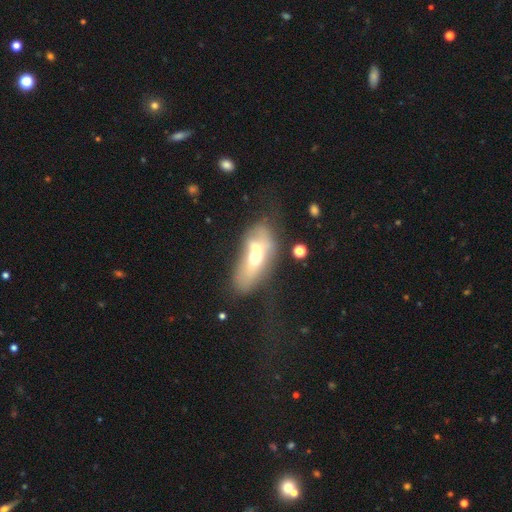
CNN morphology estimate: smooth-or-featured: smooth: 48% | featured or disk: 42% | star or artifact: 10%
  merging: major disturbance: 34% | none: 28% | minor disturbance: 22% | merger: 17%